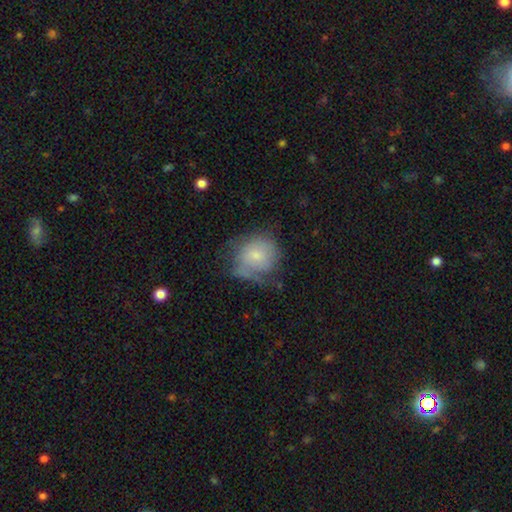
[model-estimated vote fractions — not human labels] Smooth or featured? Predicted: smooth (p=0.63). How rounded? Predicted: round (p=0.75). Merging? Predicted: none (p=0.44).